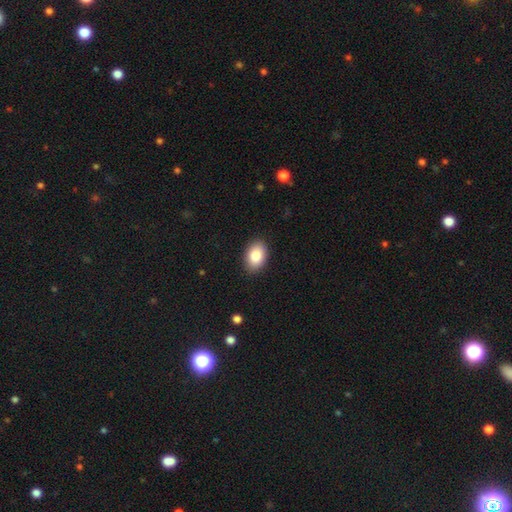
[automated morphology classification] smooth-or-featured: smooth: 86% | star or artifact: 7% | featured or disk: 7%
  how-rounded: in between: 86% | round: 13% | cigar-shaped: 1%
  merging: none: 89% | minor disturbance: 8% | major disturbance: 2% | merger: 1%